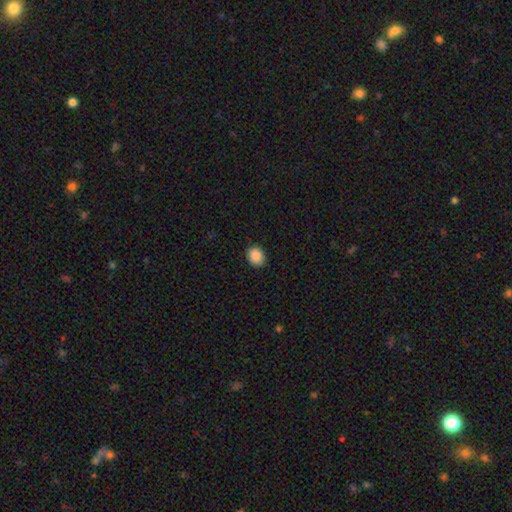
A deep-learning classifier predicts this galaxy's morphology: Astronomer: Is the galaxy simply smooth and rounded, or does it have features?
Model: smooth — 89%.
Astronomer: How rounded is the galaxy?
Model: round — 54% (runner-up: in between, 45%).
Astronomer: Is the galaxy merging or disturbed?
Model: none — 88%.